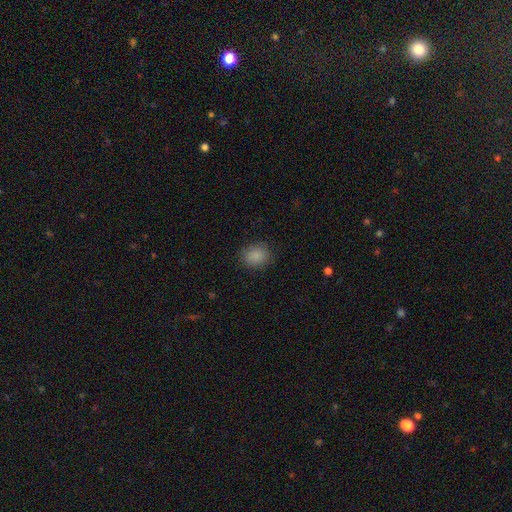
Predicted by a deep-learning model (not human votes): Smooth or featured? Predicted: smooth (p=0.87). How rounded? Predicted: round (p=0.61). Merging? Predicted: none (p=0.85).